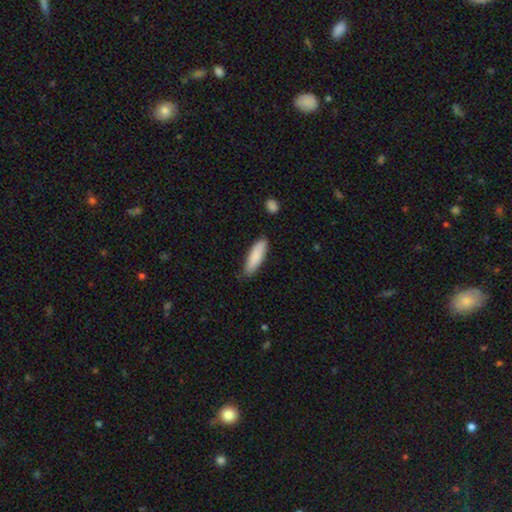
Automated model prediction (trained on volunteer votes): A smooth galaxy with no disk features (86%) that is cigar-shaped (59%). Merging: none (82%).